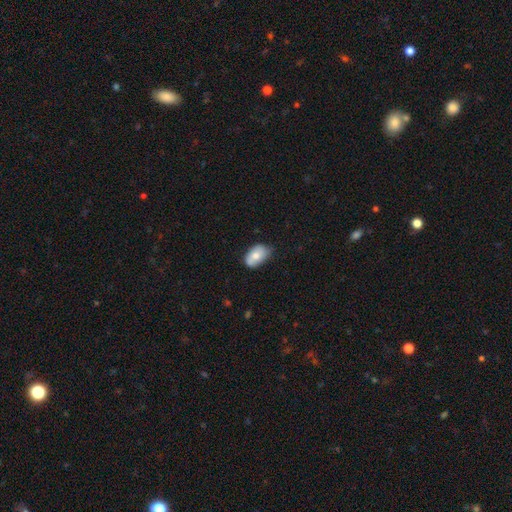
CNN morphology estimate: smooth_or_featured: smooth (p=0.72) [alt: featured or disk p=0.21]
how_rounded: in between (p=0.91) [alt: round p=0.07]
merging: none (p=0.64) [alt: minor disturbance p=0.30]